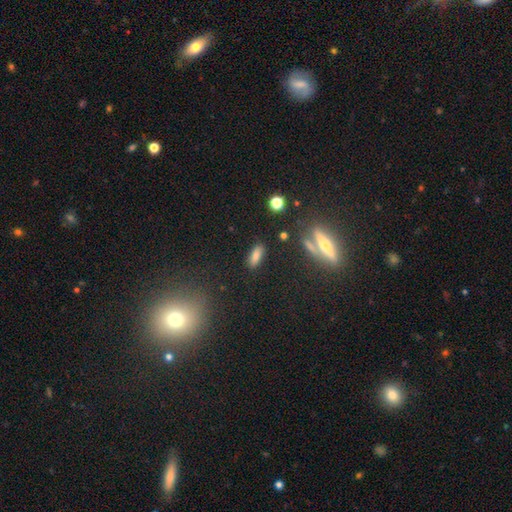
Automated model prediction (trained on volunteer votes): smooth 75%, star or artifact 13%, featured or disk 12%. Down the decision tree: how rounded — in between (69%); merging — none (84%).